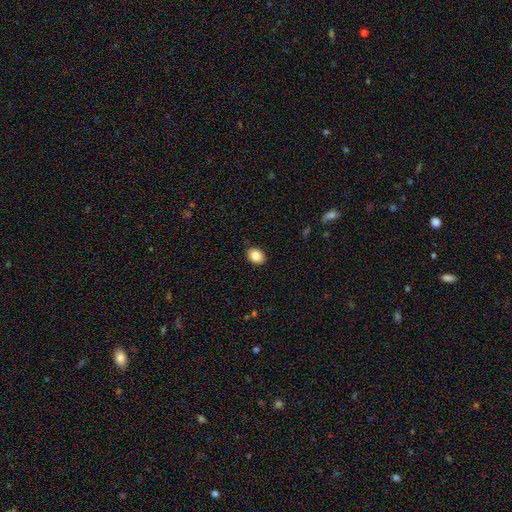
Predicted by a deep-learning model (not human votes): This appears to be a smooth galaxy with no disk features (84%) that is in between round and cigar-shaped (53%). Merging: none (89%).